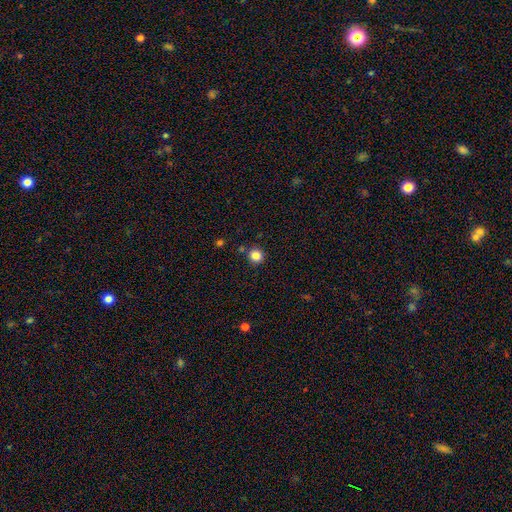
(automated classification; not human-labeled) This appears to be a smooth galaxy with no disk features (84%) that is round (90%). Merging: none (86%).